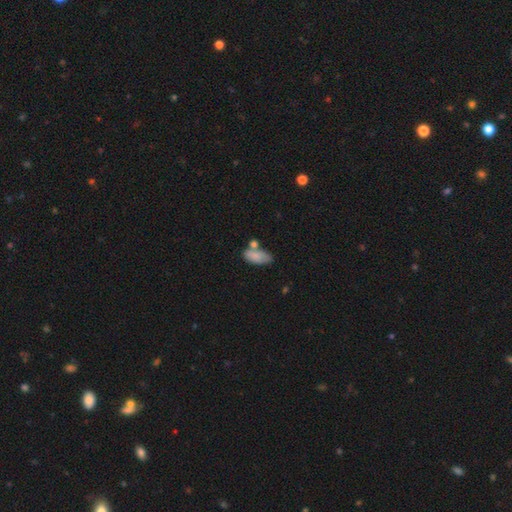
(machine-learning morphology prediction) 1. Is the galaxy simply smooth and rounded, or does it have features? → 80% smooth, 12% featured or disk, 7% star or artifact.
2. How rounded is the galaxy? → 89% in between, 7% cigar-shaped, 3% round.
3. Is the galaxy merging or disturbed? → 49% none, 25% merger, 20% minor disturbance, 6% major disturbance.